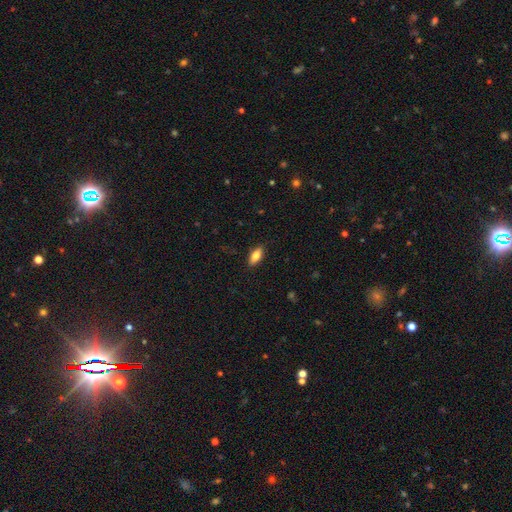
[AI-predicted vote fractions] The model was most divided on "how rounded": in between: 82%, cigar-shaped: 15%, round: 3%. More confident: merging — none (87%); smooth or featured — smooth (80%).